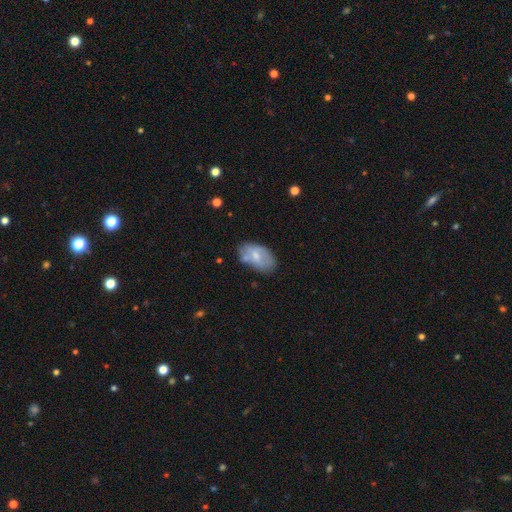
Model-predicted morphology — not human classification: Q: Smooth or featured?
A: smooth (54%); runner-up: featured or disk (39%)
Q: How rounded?
A: in between (92%); runner-up: round (6%)
Q: Merging?
A: none (58%); runner-up: minor disturbance (26%)